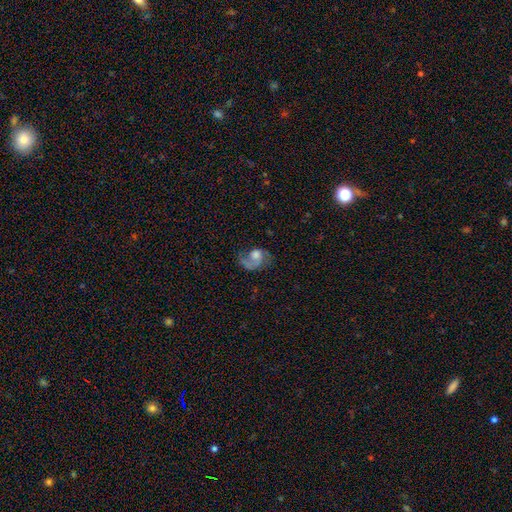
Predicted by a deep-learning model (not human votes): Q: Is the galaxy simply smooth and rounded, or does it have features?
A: featured or disk — 64%.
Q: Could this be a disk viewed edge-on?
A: no — 97%.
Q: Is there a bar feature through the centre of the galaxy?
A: no — 74%.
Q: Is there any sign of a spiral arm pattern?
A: yes — 86%.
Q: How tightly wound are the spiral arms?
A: loose — 43%.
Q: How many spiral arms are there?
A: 1 — 48%.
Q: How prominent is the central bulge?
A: moderate — 38%.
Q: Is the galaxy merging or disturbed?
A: none — 43%.